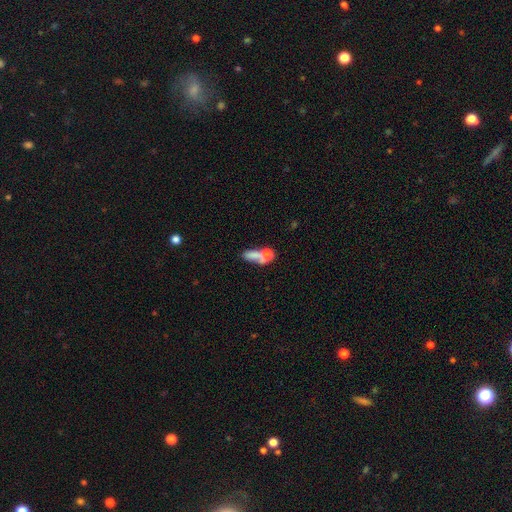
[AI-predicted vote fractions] This appears to be a smooth galaxy with no disk features (64%) that is in between round and cigar-shaped (50%). Merging: merger (50%).